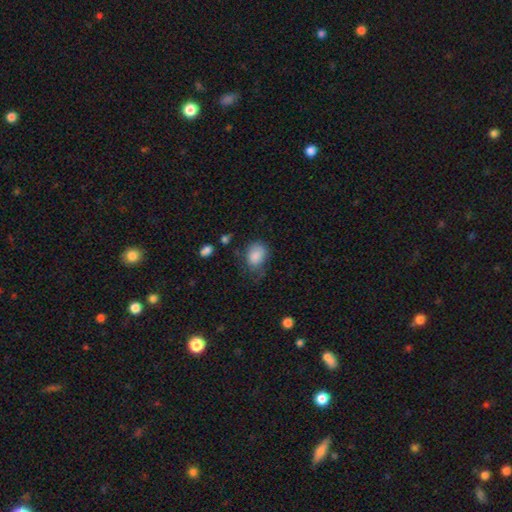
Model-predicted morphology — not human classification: A smooth galaxy with no disk features (84%) that is in between round and cigar-shaped (72%). Merging: none (49%).